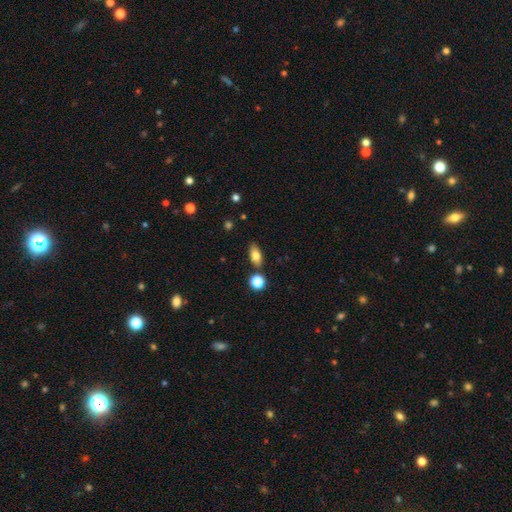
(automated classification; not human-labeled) smooth 78%, featured or disk 13%, star or artifact 9%. Down the decision tree: how rounded — in between (84%); merging — none (80%).